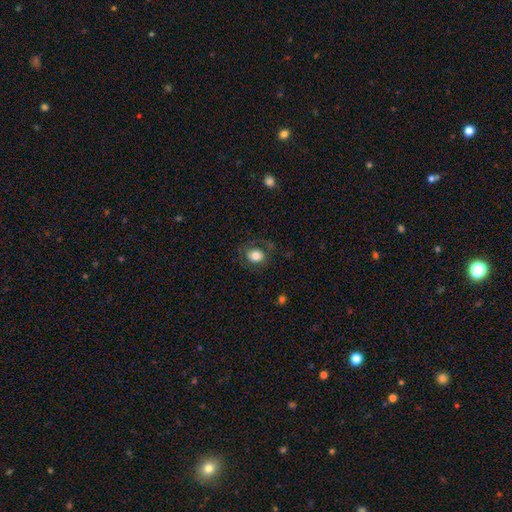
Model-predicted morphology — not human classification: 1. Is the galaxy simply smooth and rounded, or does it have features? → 78% smooth, 13% featured or disk, 9% star or artifact.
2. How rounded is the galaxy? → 60% round, 39% in between, 1% cigar-shaped.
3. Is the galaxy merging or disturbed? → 71% none, 17% minor disturbance, 11% major disturbance, 2% merger.